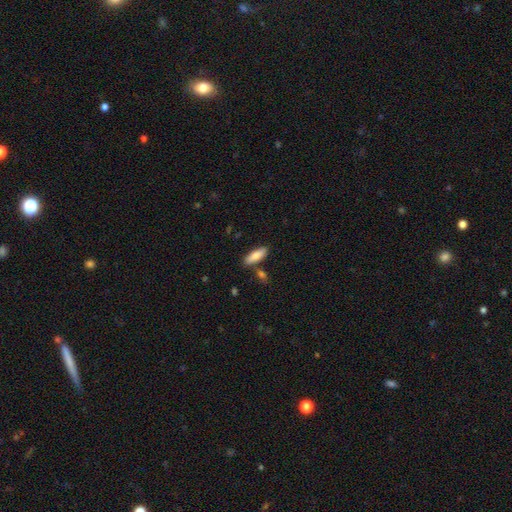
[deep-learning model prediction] This appears to be a smooth galaxy with no disk features (80%) that is in between round and cigar-shaped (58%). Merging: none (81%).